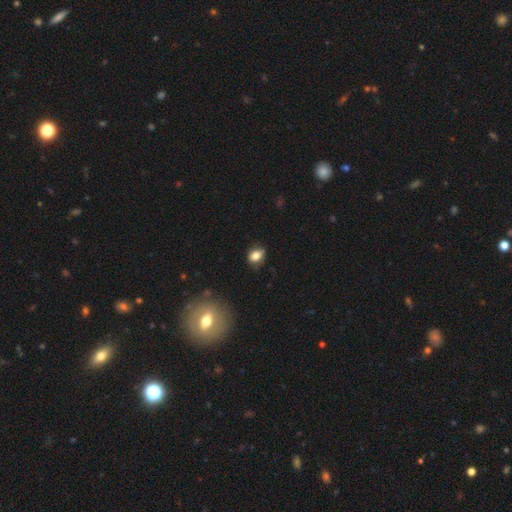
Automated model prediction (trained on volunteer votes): Smooth or featured?
  - smooth: 79% *
  - featured or disk: 11%
  - star or artifact: 10%
How rounded?
  - in between: 68% *
  - round: 31%
  - cigar-shaped: 2%
Merging?
  - none: 69% *
  - minor disturbance: 24%
  - major disturbance: 5%
  - merger: 2%